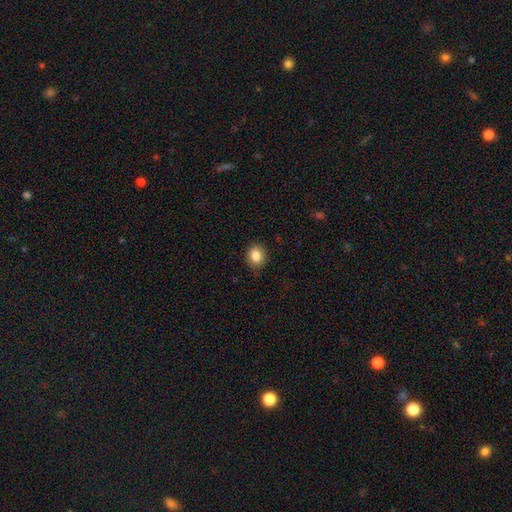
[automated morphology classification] Smooth or featured: smooth — 85% (star or artifact — 9%)
How rounded: round — 60% (in between — 39%)
Merging: none — 86% (minor disturbance — 11%)